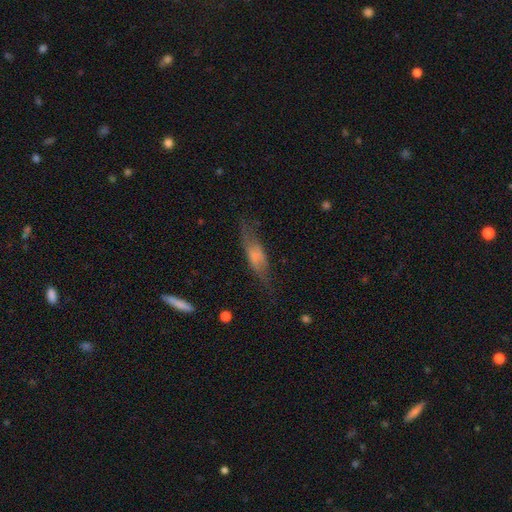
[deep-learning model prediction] smooth 52%, featured or disk 39%, star or artifact 9%. Down the decision tree: how rounded — cigar-shaped (55%); merging — none (58%).